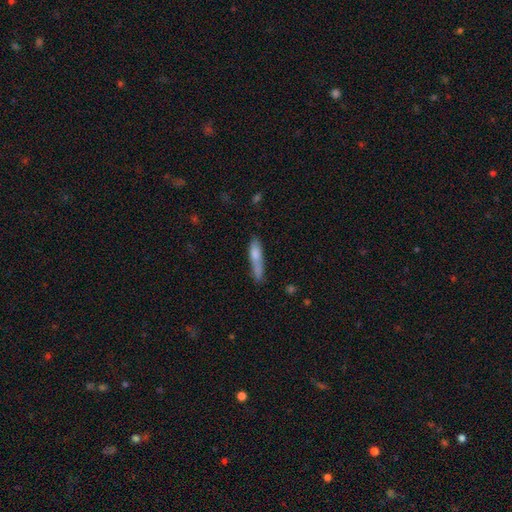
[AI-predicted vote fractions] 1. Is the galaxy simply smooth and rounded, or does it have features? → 71% smooth, 22% featured or disk, 7% star or artifact.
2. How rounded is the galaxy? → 84% cigar-shaped, 14% in between, 2% round.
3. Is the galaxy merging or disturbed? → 59% none, 24% minor disturbance, 10% merger, 7% major disturbance.